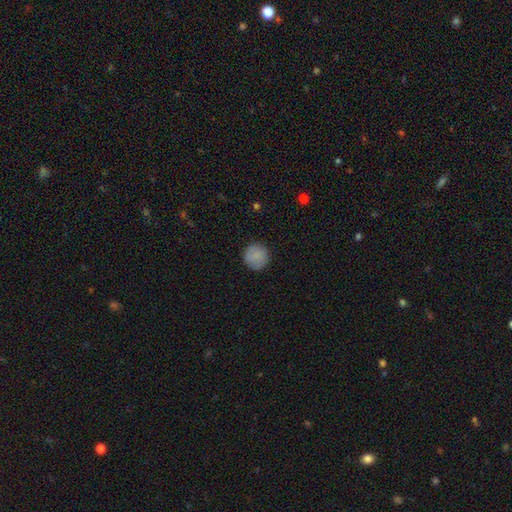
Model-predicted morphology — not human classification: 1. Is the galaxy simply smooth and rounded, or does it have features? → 87% smooth, 8% star or artifact, 6% featured or disk.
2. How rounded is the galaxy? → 95% round, 4% in between, 1% cigar-shaped.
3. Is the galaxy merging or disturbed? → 89% none, 7% minor disturbance, 2% major disturbance, 1% merger.